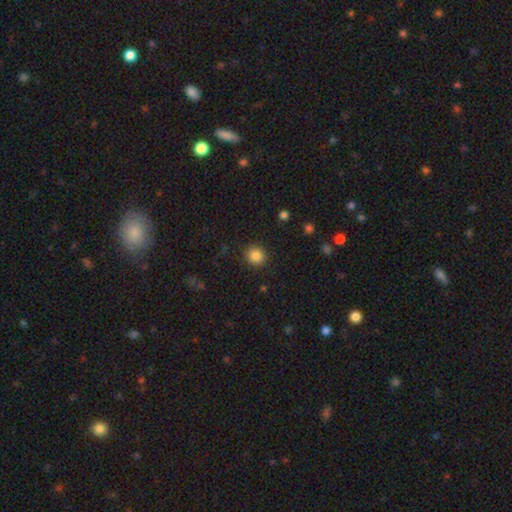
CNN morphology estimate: Smooth or featured? Predicted: smooth (p=0.85). How rounded? Predicted: round (p=0.91). Merging? Predicted: none (p=0.90).